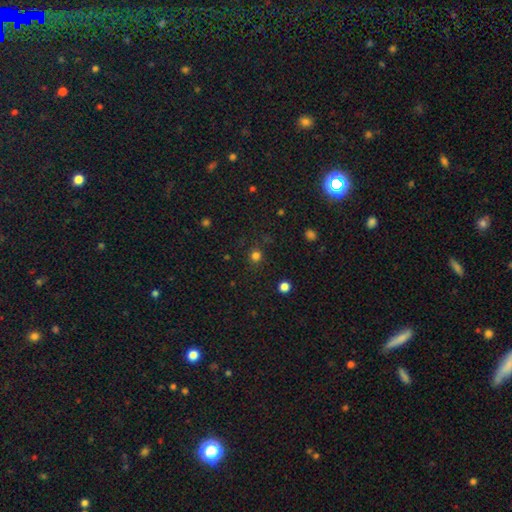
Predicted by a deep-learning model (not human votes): smooth 76%, star or artifact 20%, featured or disk 5%. Down the decision tree: how rounded — round (88%); merging — none (86%).